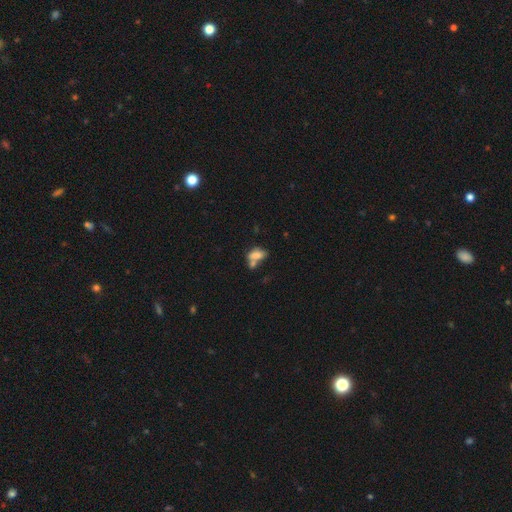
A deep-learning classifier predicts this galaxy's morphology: A smooth galaxy with no disk features (73%) that is in between round and cigar-shaped (85%). Merging: merger (49%).